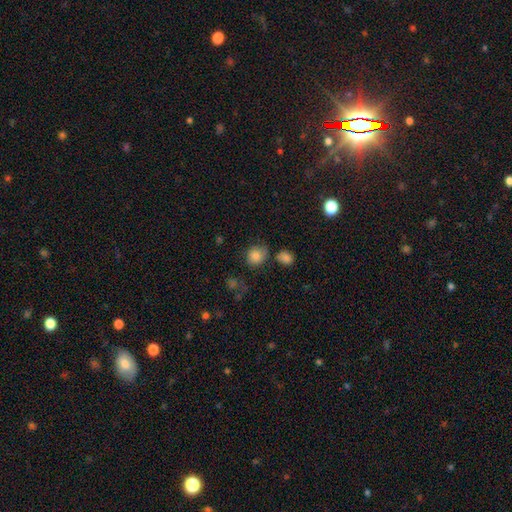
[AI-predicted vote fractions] Overall: smooth (83%). How rounded: round (69%; in between 30%). Merging: none (61%; minor disturbance 22%).